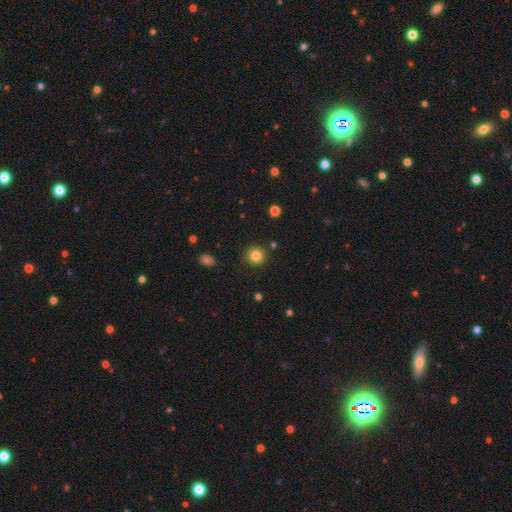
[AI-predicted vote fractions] Smooth or featured? Predicted: smooth (p=0.82). How rounded? Predicted: round (p=0.93). Merging? Predicted: none (p=0.89).